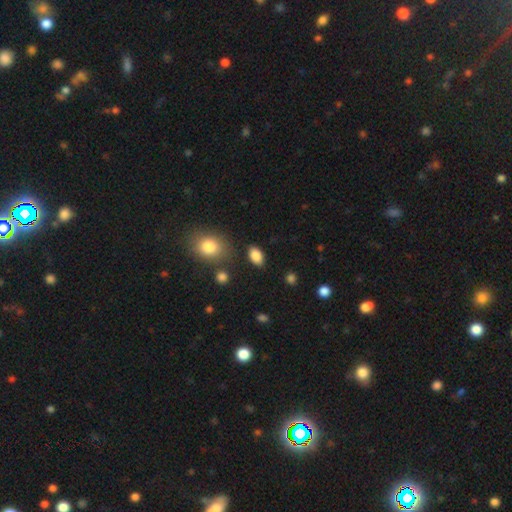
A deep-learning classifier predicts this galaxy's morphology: Smooth or featured?
  - smooth: 86% *
  - star or artifact: 8%
  - featured or disk: 5%
How rounded?
  - in between: 90% *
  - round: 8%
  - cigar-shaped: 2%
Merging?
  - none: 83% *
  - minor disturbance: 11%
  - major disturbance: 3%
  - merger: 3%